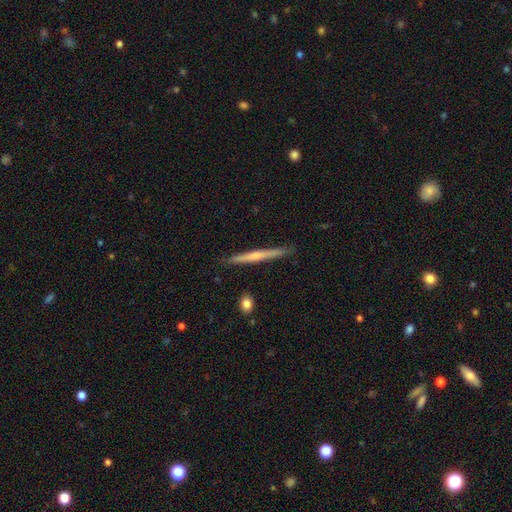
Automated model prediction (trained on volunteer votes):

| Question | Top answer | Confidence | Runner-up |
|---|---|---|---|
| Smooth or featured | featured or disk | 50% | smooth (45%) |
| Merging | none | 89% | minor disturbance (8%) |